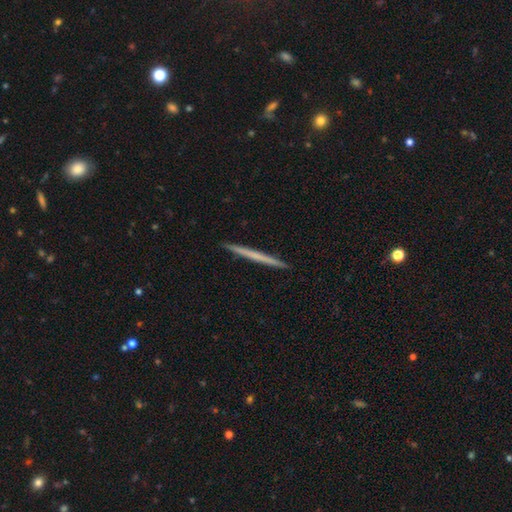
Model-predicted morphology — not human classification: A smooth galaxy with no disk features (48%). Merging: none (93%).